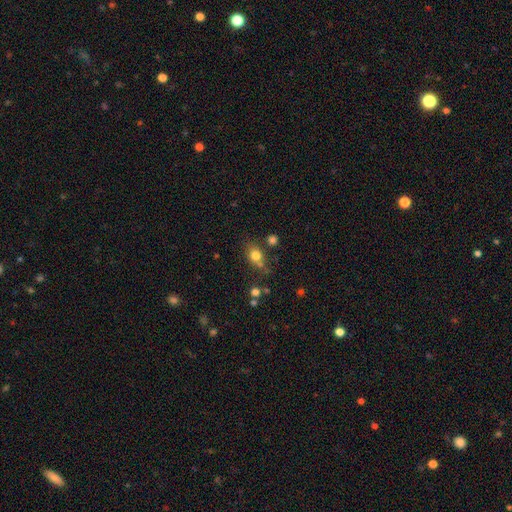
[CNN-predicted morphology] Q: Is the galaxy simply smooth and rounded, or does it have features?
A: smooth — 77%.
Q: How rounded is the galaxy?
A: round — 57%.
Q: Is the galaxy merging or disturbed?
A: none — 62%.